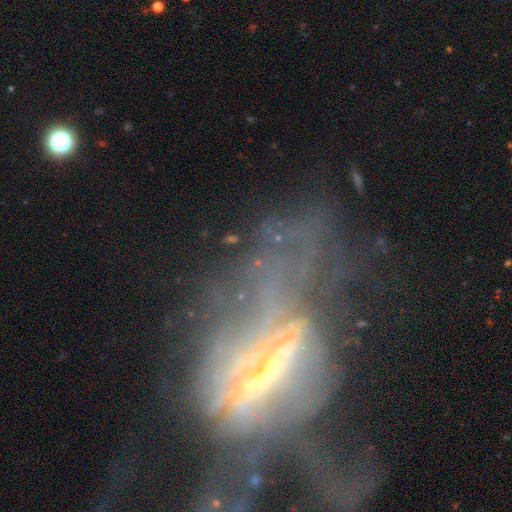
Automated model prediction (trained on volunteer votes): Overall: featured or disk (71%). Edge-on disk: no (73%). Bar: strong (44%; no 34%). Spiral arms: no (65%; yes 35%). Bulge size: small (46%; moderate 32%). Merging: major disturbance (47%; none 24%).